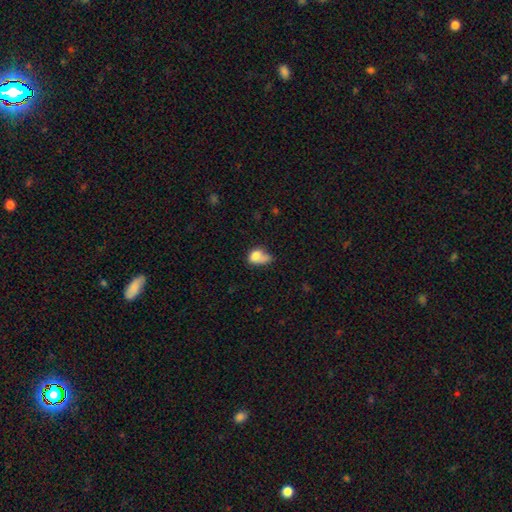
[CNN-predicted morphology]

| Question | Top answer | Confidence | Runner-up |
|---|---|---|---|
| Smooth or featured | smooth | 75% | featured or disk (15%) |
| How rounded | in between | 76% | round (22%) |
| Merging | minor disturbance | 30% | major disturbance (25%) |